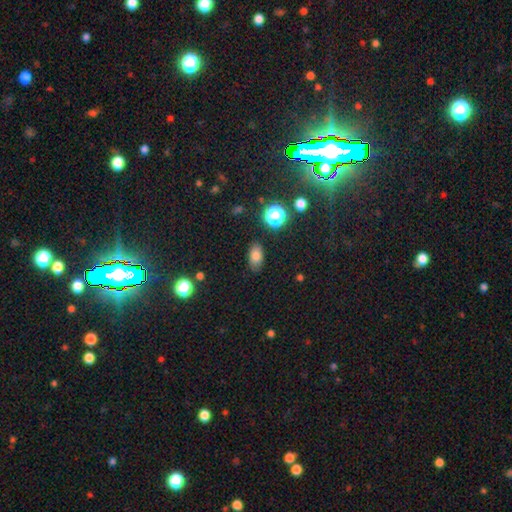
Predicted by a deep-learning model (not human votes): Morphology: type=smooth (78%); roundness=in between (88%); merging=none (85%).